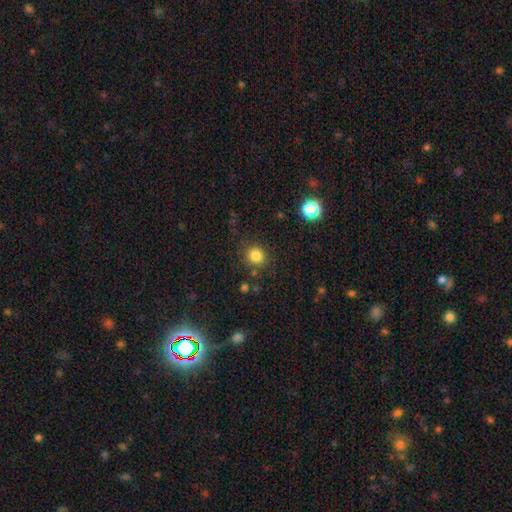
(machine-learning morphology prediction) Q: Smooth or featured?
A: smooth (83%); runner-up: star or artifact (12%)
Q: How rounded?
A: round (88%); runner-up: in between (11%)
Q: Merging?
A: none (83%); runner-up: minor disturbance (10%)